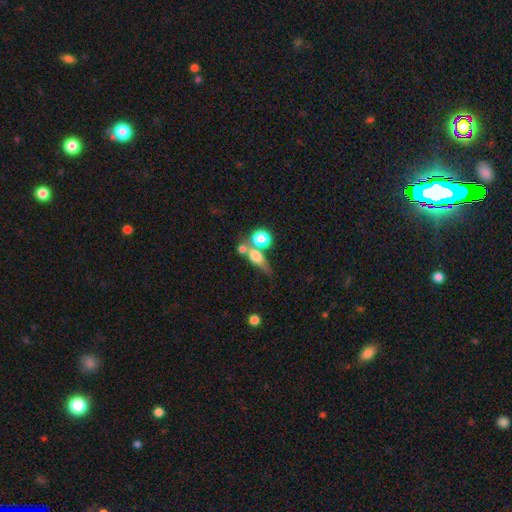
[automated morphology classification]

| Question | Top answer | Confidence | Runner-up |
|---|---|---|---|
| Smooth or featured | smooth | 62% | featured or disk (25%) |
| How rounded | in between | 46% | round (37%) |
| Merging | merger | 40% | none (36%) |